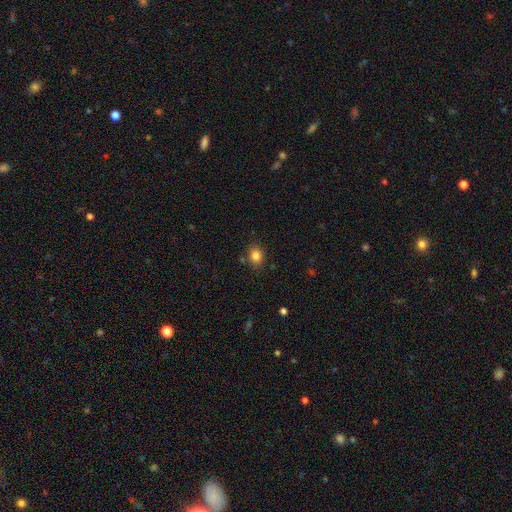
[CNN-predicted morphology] smooth_or_featured: smooth (p=0.83) [alt: star or artifact p=0.11]
how_rounded: round (p=0.53) [alt: in between p=0.46]
merging: none (p=0.82) [alt: minor disturbance p=0.12]